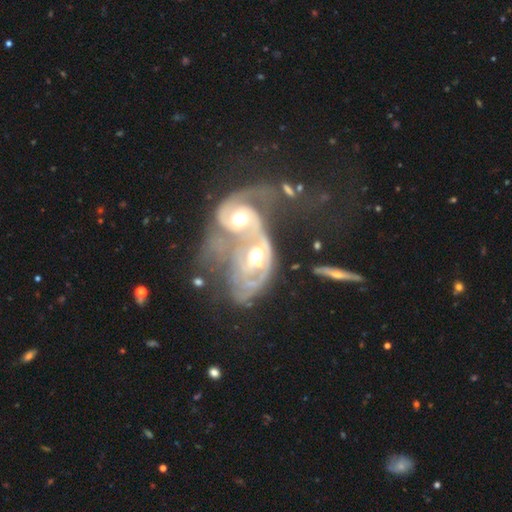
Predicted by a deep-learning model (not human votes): smooth-or-featured: featured or disk: 83% | smooth: 11% | star or artifact: 6%
  disk-edge-on: no: 96% | yes: 4%
    bar: no: 56% | weak: 31% | strong: 13%
    has-spiral-arms: yes: 86% | no: 14%
      spiral-winding: tight: 42% | medium: 37% | loose: 21%
      spiral-arm-count: 2: 54% | can't tell: 27% | 1: 9% | 3: 5% | 4: 3% | more than 4: 3%
    bulge-size: moderate: 71% | large: 13% | small: 12% | none: 2% | dominant: 2%
  merging: merger: 83% | major disturbance: 9% | none: 5% | minor disturbance: 4%